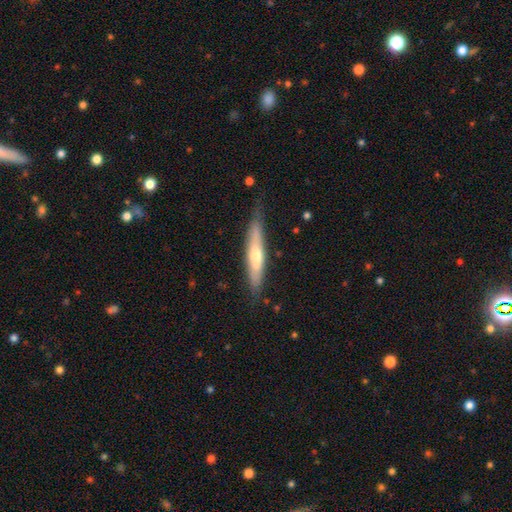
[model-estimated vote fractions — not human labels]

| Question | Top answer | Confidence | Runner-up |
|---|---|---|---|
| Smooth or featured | featured or disk | 51% | smooth (44%) |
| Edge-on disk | yes | 84% | no (16%) |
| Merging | none | 76% | minor disturbance (19%) |